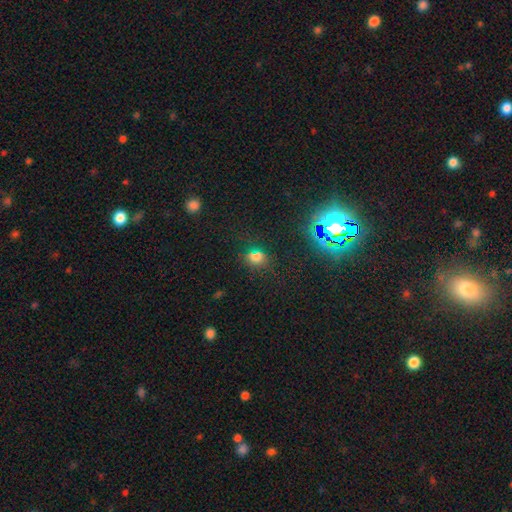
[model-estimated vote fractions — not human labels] smooth 60%, star or artifact 32%, featured or disk 8%. Down the decision tree: how rounded — round (58%); merging — none (73%).